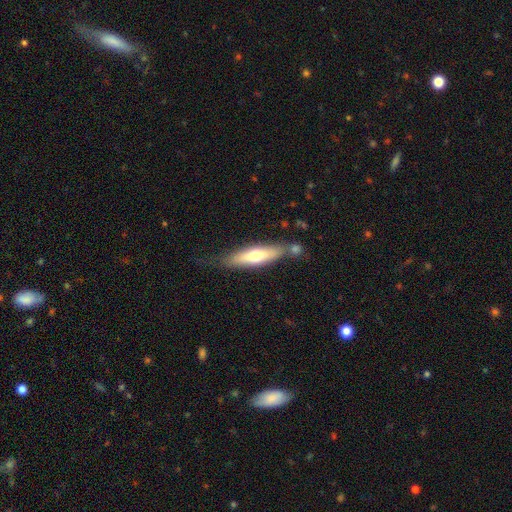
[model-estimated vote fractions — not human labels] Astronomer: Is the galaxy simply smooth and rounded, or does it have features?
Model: smooth — 57% (runner-up: featured or disk, 38%).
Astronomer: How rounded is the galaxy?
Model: cigar-shaped — 69%.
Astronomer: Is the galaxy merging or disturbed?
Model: none — 64%.